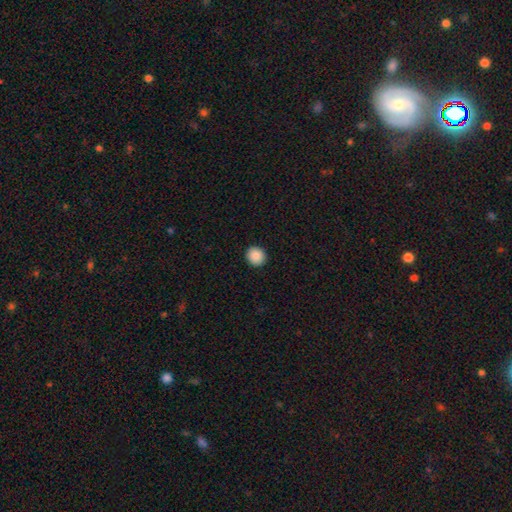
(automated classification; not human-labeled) smooth 89%, star or artifact 8%, featured or disk 3%. Down the decision tree: how rounded — round (88%); merging — none (92%).